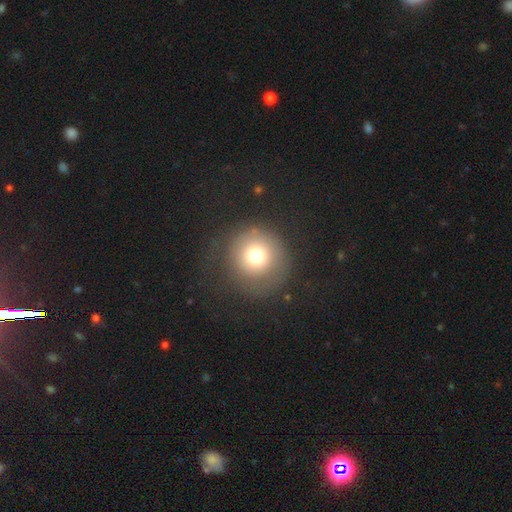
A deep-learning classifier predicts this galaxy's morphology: smooth_or_featured: smooth (p=0.71) [alt: featured or disk p=0.18]
how_rounded: round (p=0.94) [alt: in between p=0.05]
merging: none (p=0.65) [alt: major disturbance p=0.17]